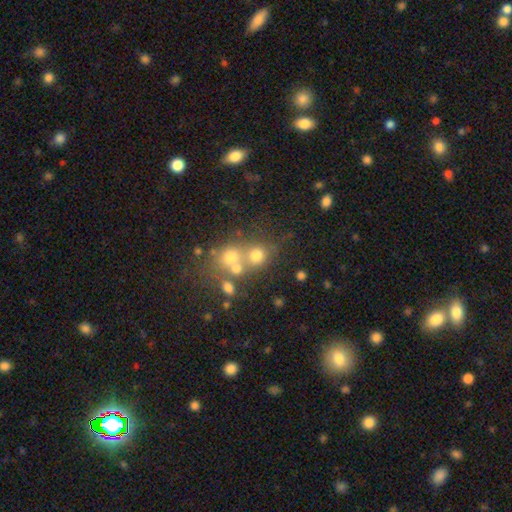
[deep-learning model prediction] Smooth or featured?
  - smooth: 63% *
  - star or artifact: 20%
  - featured or disk: 17%
How rounded?
  - round: 81% *
  - in between: 18%
  - cigar-shaped: 1%
Merging?
  - none: 46% *
  - merger: 40%
  - minor disturbance: 8%
  - major disturbance: 5%